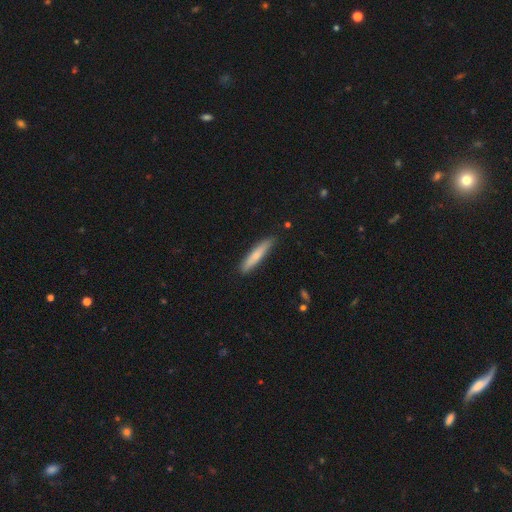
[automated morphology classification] Q: Smooth or featured?
A: smooth (74%); runner-up: featured or disk (20%)
Q: How rounded?
A: cigar-shaped (91%); runner-up: in between (8%)
Q: Merging?
A: none (87%); runner-up: minor disturbance (10%)